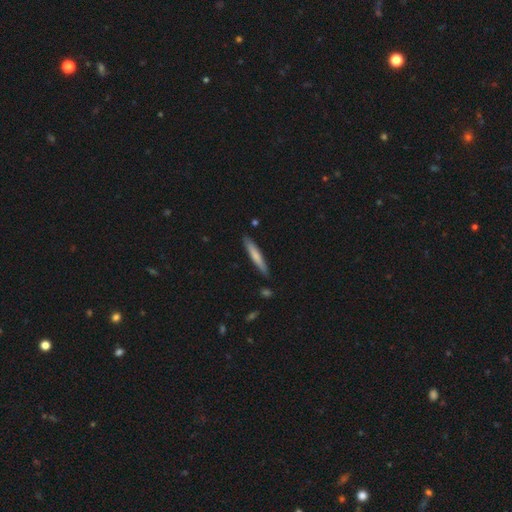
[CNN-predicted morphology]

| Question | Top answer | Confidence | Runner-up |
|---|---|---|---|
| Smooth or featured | smooth | 70% | featured or disk (25%) |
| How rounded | cigar-shaped | 93% | in between (5%) |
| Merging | none | 87% | minor disturbance (9%) |